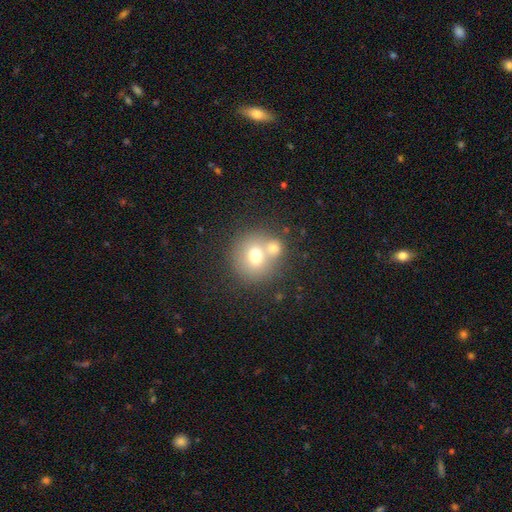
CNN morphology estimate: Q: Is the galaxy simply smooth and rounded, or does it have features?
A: smooth — 69%.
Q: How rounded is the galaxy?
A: round — 82%.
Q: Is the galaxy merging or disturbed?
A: none — 48%.